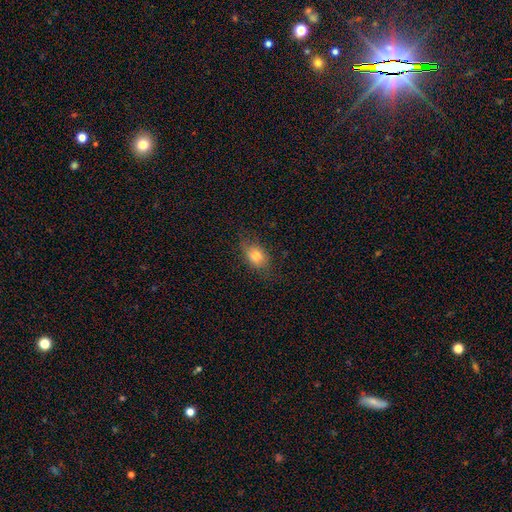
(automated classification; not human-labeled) This appears to be a smooth galaxy with no disk features (77%) that is in between round and cigar-shaped (77%). Merging: none (68%).